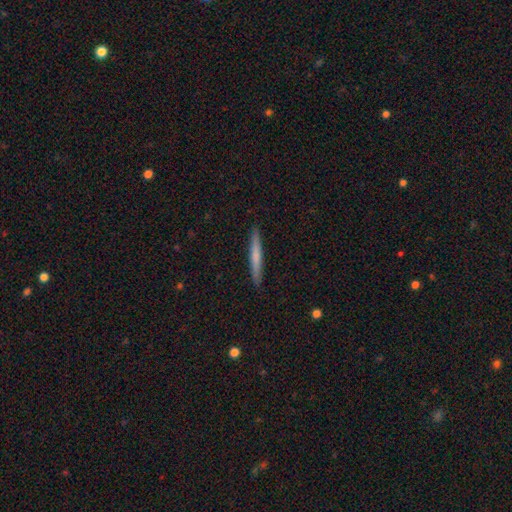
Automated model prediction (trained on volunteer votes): smooth-or-featured: smooth: 64% | featured or disk: 31% | star or artifact: 5%
  how-rounded: cigar-shaped: 96% | in between: 2% | round: 1%
  merging: none: 92% | minor disturbance: 6% | major disturbance: 1% | merger: 1%